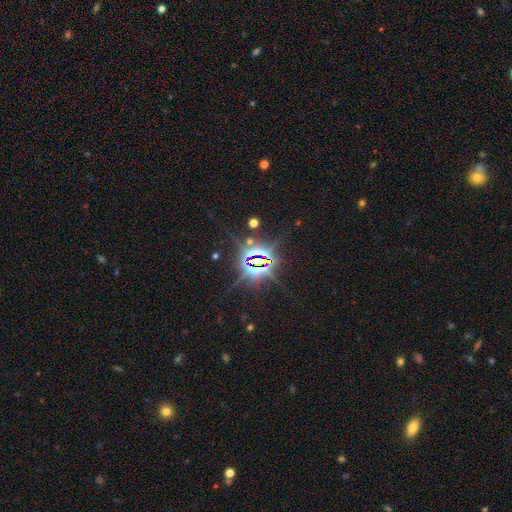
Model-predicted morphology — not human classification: Overall: star or artifact (85%).